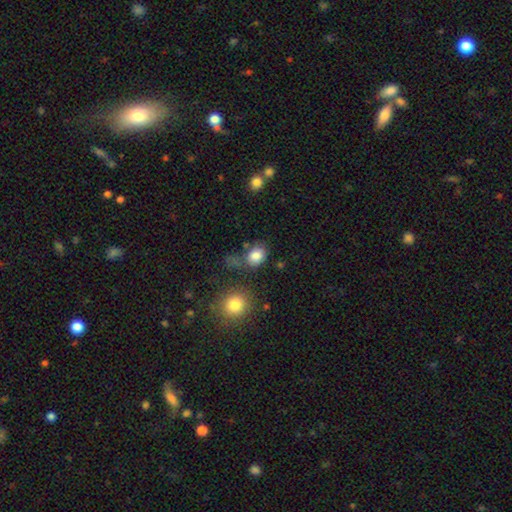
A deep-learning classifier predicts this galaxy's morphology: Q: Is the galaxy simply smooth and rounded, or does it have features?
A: smooth — 84%.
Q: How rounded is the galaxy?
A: in between — 58%.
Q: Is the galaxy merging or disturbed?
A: none — 61%.